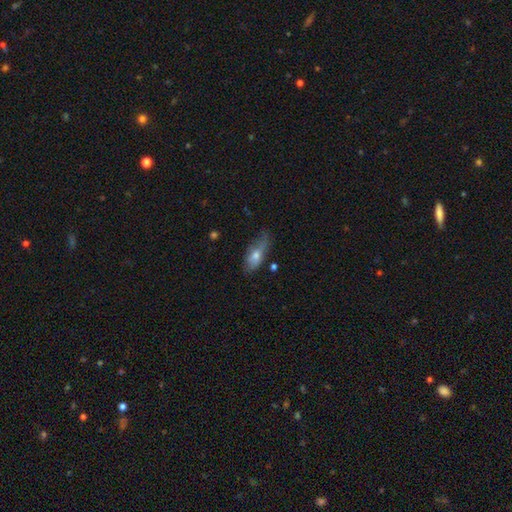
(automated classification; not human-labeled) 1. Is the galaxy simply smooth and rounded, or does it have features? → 61% smooth, 30% featured or disk, 9% star or artifact.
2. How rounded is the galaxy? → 71% in between, 25% cigar-shaped, 4% round.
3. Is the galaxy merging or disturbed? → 56% none, 31% minor disturbance, 10% major disturbance, 3% merger.